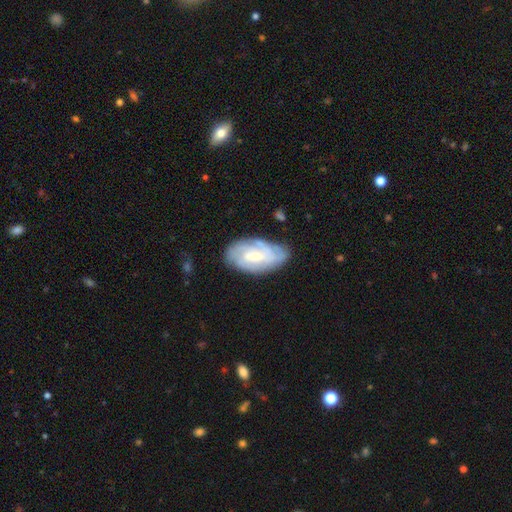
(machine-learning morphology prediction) This appears to be a featured or disk galaxy (70%) with no bar (47%), tight (60%) spiral arms (88%) and a moderate central bulge (44%). Merging: none (69%).